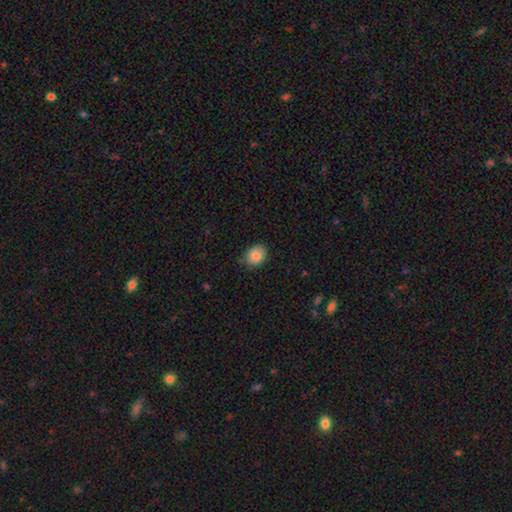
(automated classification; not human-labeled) The model was most divided on "how rounded": in between: 60%, round: 39%, cigar-shaped: 1%. More confident: smooth or featured — smooth (86%); merging — none (80%).